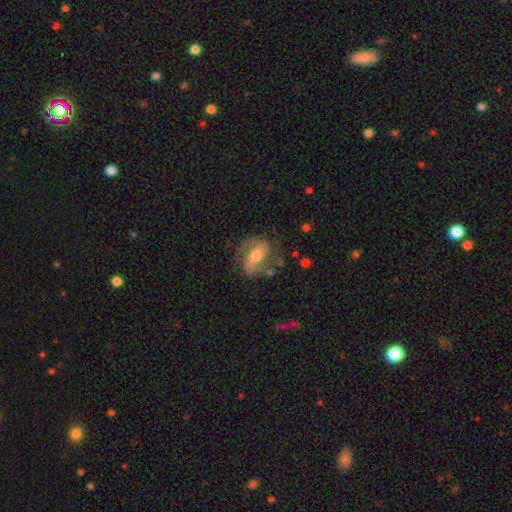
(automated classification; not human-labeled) Smooth or featured? Predicted: featured or disk (p=0.76). Edge-on disk? Predicted: no (p=0.95). Bar? Predicted: strong (p=0.42). Spiral arms? Predicted: yes (p=0.90). Spiral winding? Predicted: medium (p=0.49). Spiral arm count? Predicted: 2 (p=0.86). Bulge size? Predicted: moderate (p=0.65). Merging? Predicted: none (p=0.69).